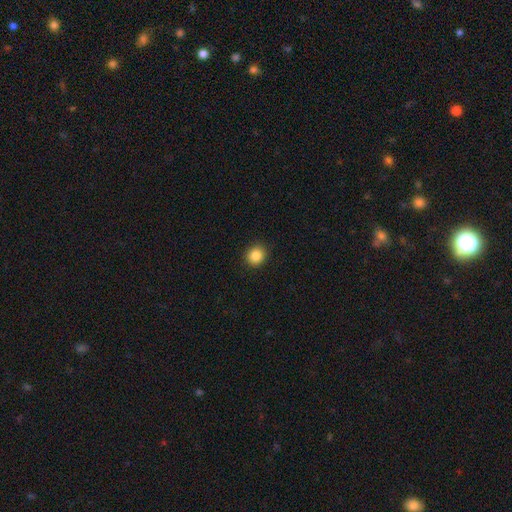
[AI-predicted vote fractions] The model was most divided on "smooth or featured": smooth: 86%, star or artifact: 10%, featured or disk: 4%. More confident: merging — none (91%); how rounded — round (88%).